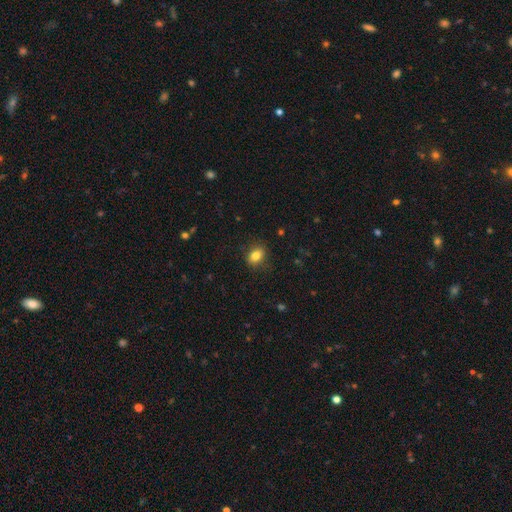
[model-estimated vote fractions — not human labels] Smooth or featured: smooth — 82% (star or artifact — 10%)
How rounded: in between — 68% (round — 30%)
Merging: none — 84% (minor disturbance — 12%)